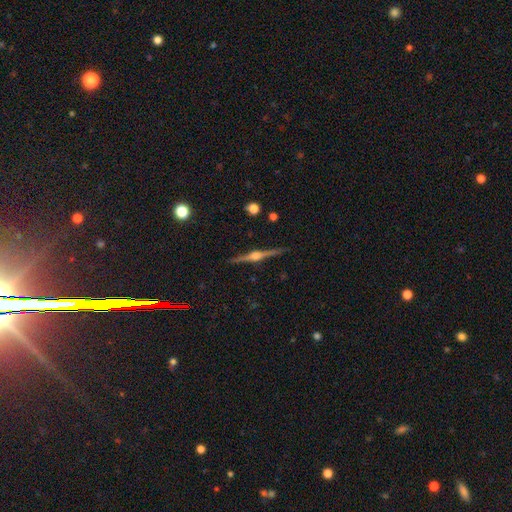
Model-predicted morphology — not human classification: The model was most divided on "smooth or featured": featured or disk: 87%, smooth: 7%, star or artifact: 6%. More confident: edge-on disk — yes (99%); edge-on bulge — rounded (92%); merging — none (91%).